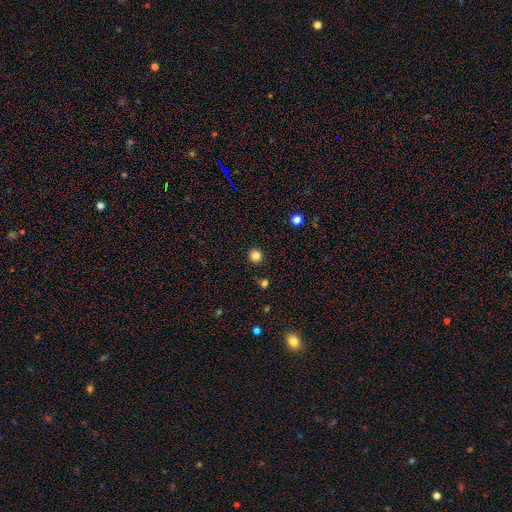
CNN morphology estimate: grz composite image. It shows a smooth galaxy with no disk features (83%) that is round (94%). Merging: none (92%).